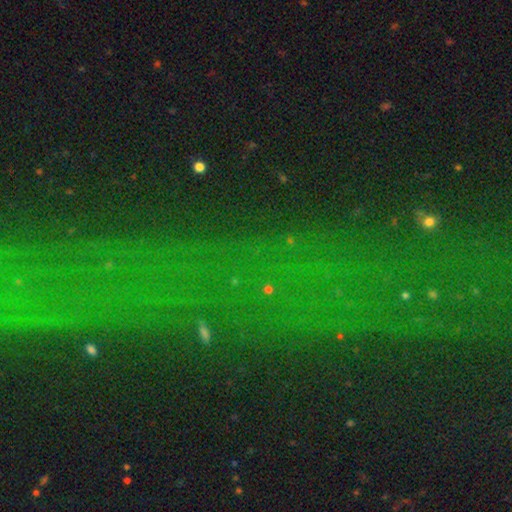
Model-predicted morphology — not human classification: star or artifact 72%, smooth 14%, featured or disk 13%.